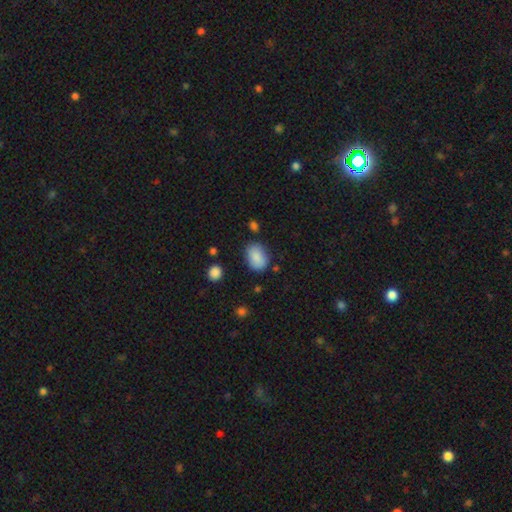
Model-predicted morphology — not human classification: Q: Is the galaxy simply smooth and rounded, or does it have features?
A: smooth — 87%.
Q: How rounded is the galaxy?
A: in between — 78%.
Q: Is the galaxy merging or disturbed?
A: none — 75%.